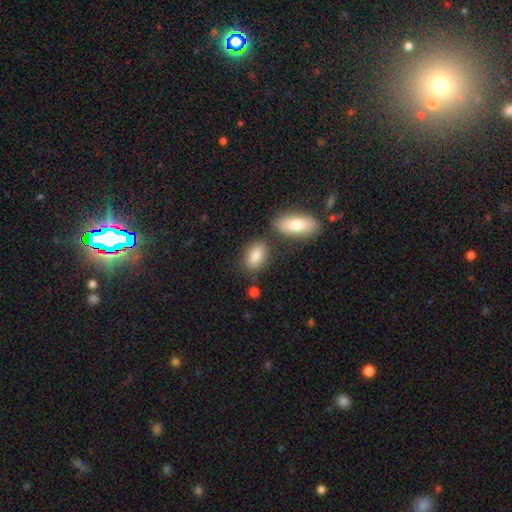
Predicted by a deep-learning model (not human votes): smooth 85%, featured or disk 8%, star or artifact 7%. Down the decision tree: how rounded — in between (89%); merging — none (71%).